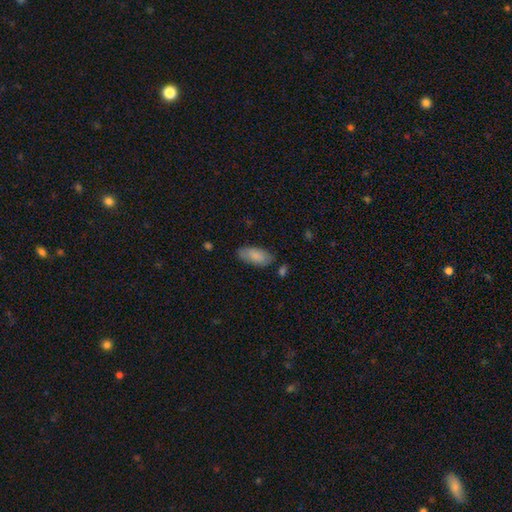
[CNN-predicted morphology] type=smooth (84%); roundness=in between (89%); merging=none (77%).